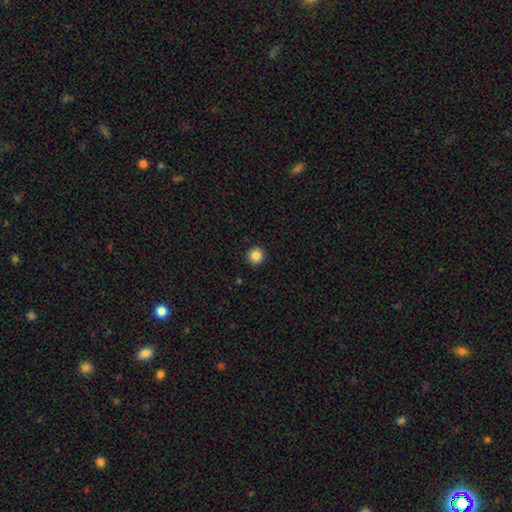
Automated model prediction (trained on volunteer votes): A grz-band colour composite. It shows a smooth galaxy with no disk features (87%) that is round (95%). Merging: none (93%).